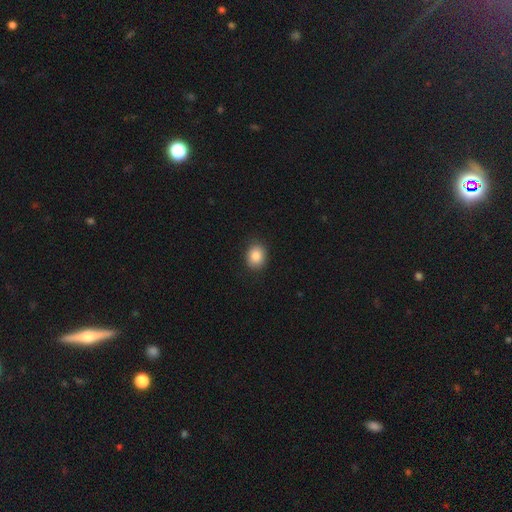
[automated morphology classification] smooth-or-featured: smooth: 87% | star or artifact: 8% | featured or disk: 5%
  how-rounded: round: 59% | in between: 40% | cigar-shaped: 1%
  merging: none: 87% | minor disturbance: 10% | major disturbance: 2% | merger: 1%